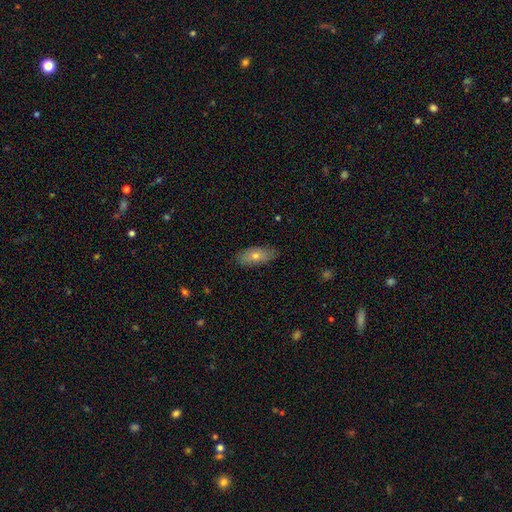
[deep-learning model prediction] Morphology: type=smooth (63%); roundness=in between (74%); merging=none (83%).